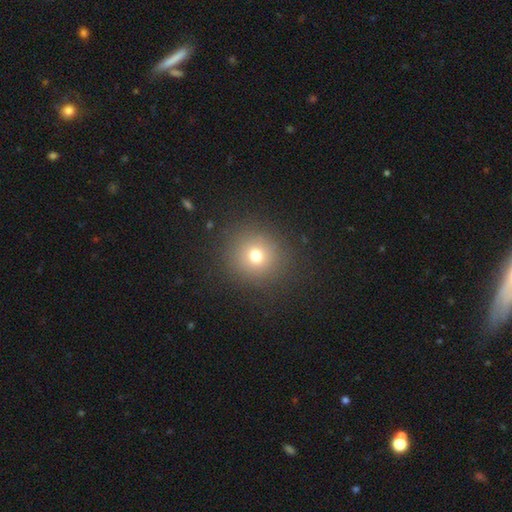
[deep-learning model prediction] The model was most divided on "smooth or featured": smooth: 72%, star or artifact: 17%, featured or disk: 11%. More confident: how rounded — round (92%); merging — none (88%).